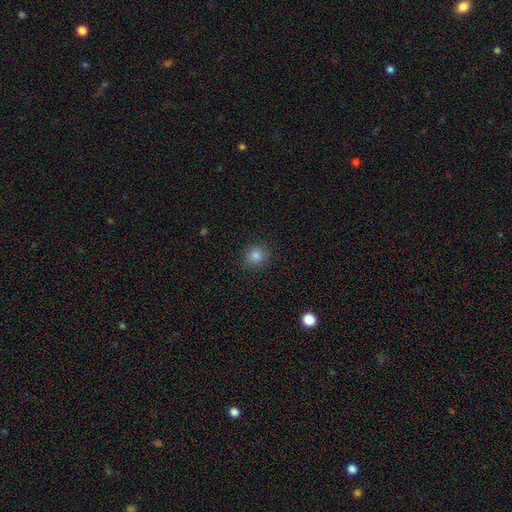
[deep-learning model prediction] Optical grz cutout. It shows a smooth galaxy with no disk features (81%) that is round (83%). Merging: none (88%).